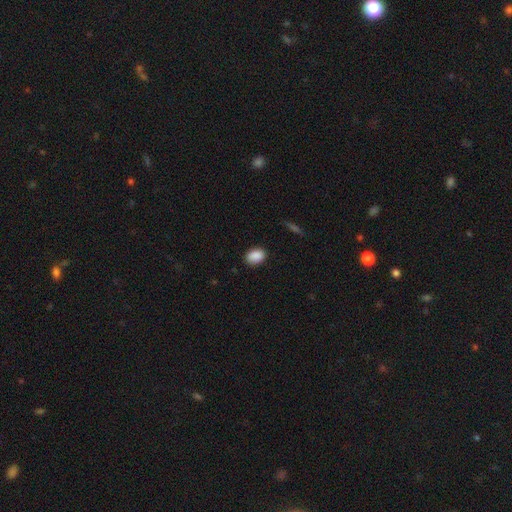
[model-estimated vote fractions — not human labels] smooth_or_featured: smooth (p=0.89) [alt: star or artifact p=0.08]
how_rounded: in between (p=0.81) [alt: round p=0.18]
merging: none (p=0.86) [alt: minor disturbance p=0.10]